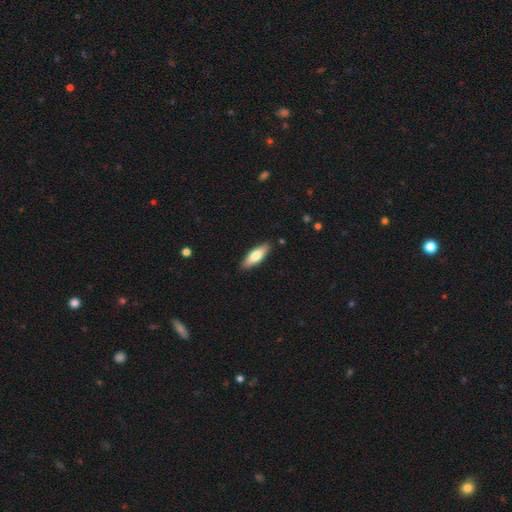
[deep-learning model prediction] Smooth or featured?
  - smooth: 69% *
  - featured or disk: 25%
  - star or artifact: 5%
How rounded?
  - in between: 54% *
  - cigar-shaped: 44%
  - round: 2%
Merging?
  - none: 88% *
  - minor disturbance: 9%
  - major disturbance: 2%
  - merger: 1%